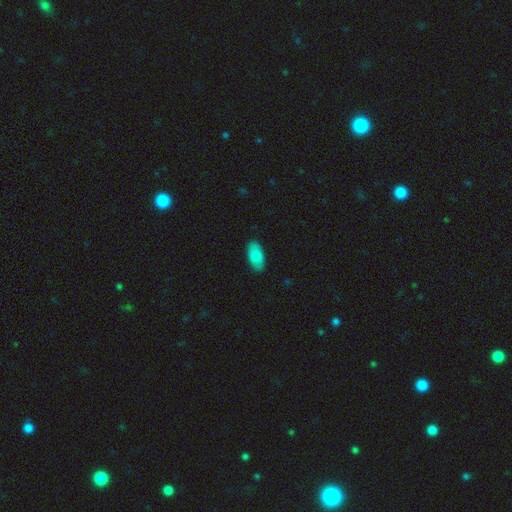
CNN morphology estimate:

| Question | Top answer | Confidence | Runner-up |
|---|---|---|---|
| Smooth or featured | smooth | 86% | featured or disk (7%) |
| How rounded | in between | 93% | cigar-shaped (4%) |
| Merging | none | 86% | minor disturbance (11%) |